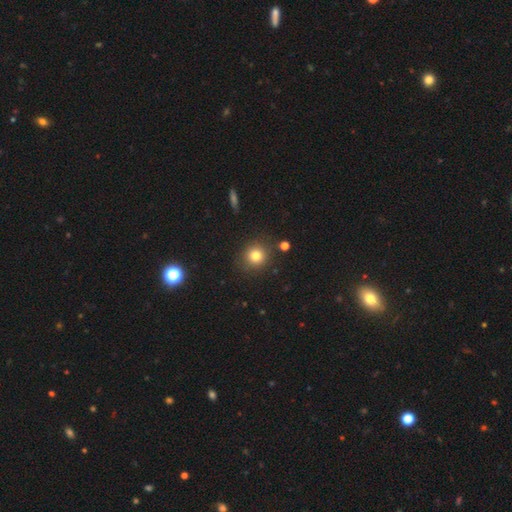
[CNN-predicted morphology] A smooth galaxy with no disk features (80%) that is round (89%). Merging: none (86%).